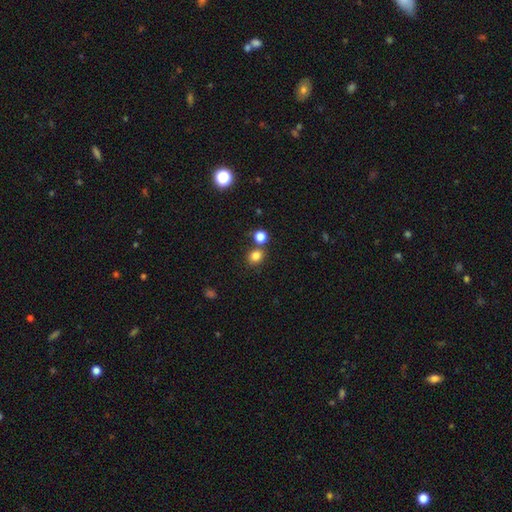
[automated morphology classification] This appears to be a smooth galaxy with no disk features (81%) that is round (76%). Merging: none (72%).